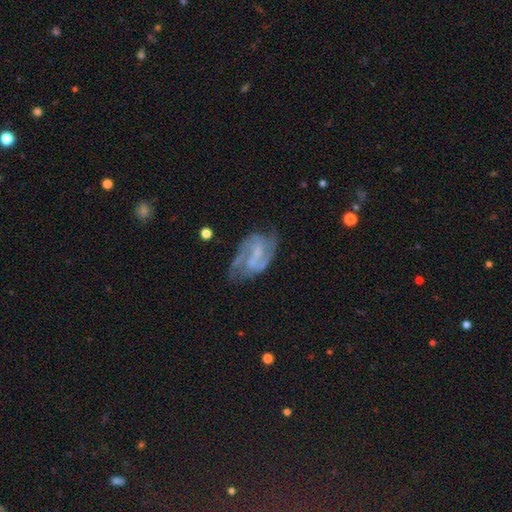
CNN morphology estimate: Smooth or featured?
  - featured or disk: 82% *
  - smooth: 11%
  - star or artifact: 7%
Edge-on disk?
  - no: 97% *
  - yes: 3%
Bar?
  - weak: 48% *
  - no: 27%
  - strong: 25%
Spiral arms?
  - yes: 91% *
  - no: 9%
Spiral winding?
  - medium: 50% *
  - tight: 25%
  - loose: 25%
Spiral arm count?
  - 2: 75% *
  - can't tell: 11%
  - 3: 6%
  - 1: 3%
  - 4: 2%
  - more than 4: 2%
Bulge size?
  - none: 43% *
  - small: 37%
  - moderate: 17%
  - large: 2%
  - dominant: 1%
Merging?
  - none: 58% *
  - minor disturbance: 23%
  - major disturbance: 15%
  - merger: 4%